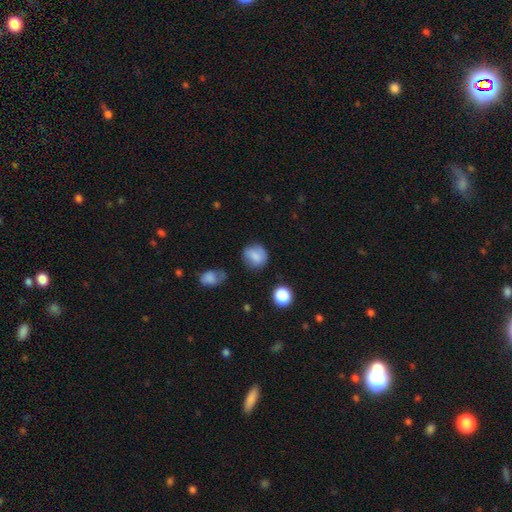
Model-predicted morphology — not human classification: smooth_or_featured: smooth (p=0.78) [alt: featured or disk p=0.12]
how_rounded: round (p=0.73) [alt: in between p=0.25]
merging: none (p=0.68) [alt: minor disturbance p=0.21]